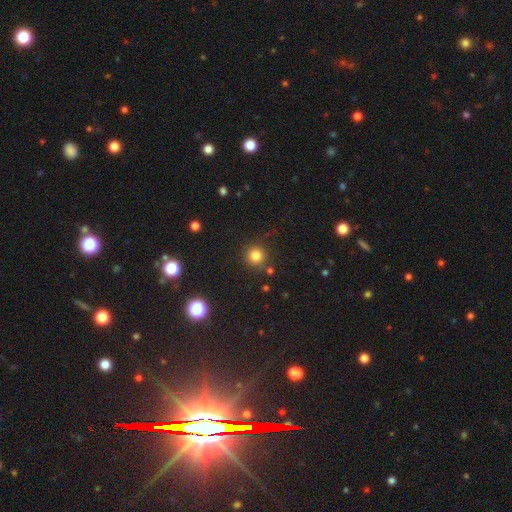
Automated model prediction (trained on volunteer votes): Smooth or featured? Predicted: smooth (p=0.80). How rounded? Predicted: round (p=0.94). Merging? Predicted: none (p=0.86).